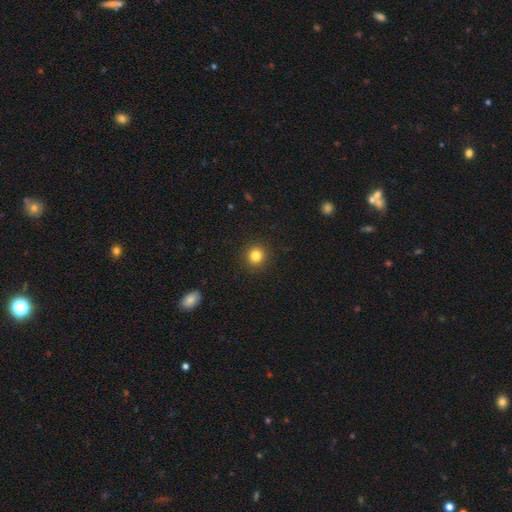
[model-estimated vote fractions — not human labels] A smooth galaxy with no disk features (83%) that is round (92%). Merging: none (92%).